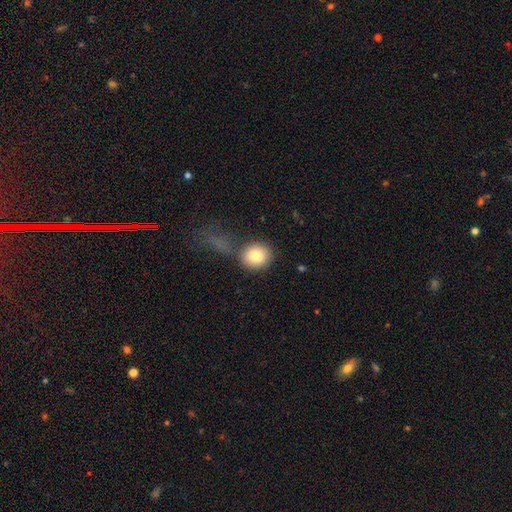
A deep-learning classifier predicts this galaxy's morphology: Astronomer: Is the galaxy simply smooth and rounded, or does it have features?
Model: smooth — 82%.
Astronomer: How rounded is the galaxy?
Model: round — 80%.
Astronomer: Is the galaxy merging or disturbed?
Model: none — 69%.